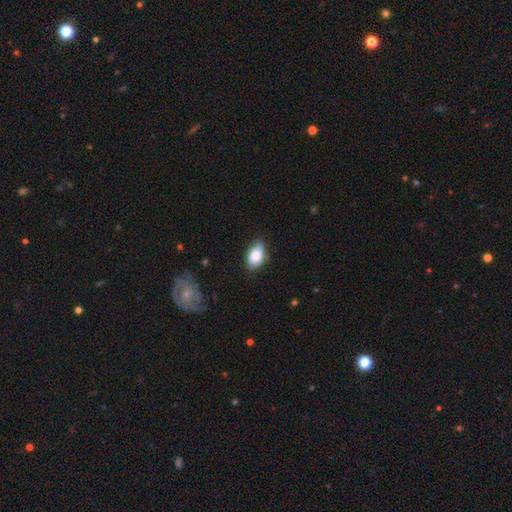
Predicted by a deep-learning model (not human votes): A smooth galaxy with no disk features (80%) that is in between round and cigar-shaped (89%).

Vote fractions:
- Smooth or featured? smooth: 80% / featured or disk: 12% / star or artifact: 7%
- How rounded? in between: 89% / round: 9% / cigar-shaped: 2%
- Merging? none: 67% / minor disturbance: 27% / major disturbance: 4% / merger: 2%